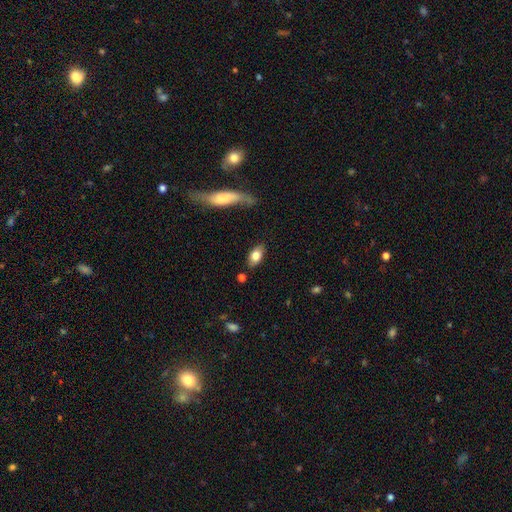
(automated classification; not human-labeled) Smooth or featured: smooth — 80% (featured or disk — 13%)
How rounded: in between — 90% (round — 6%)
Merging: none — 80% (minor disturbance — 12%)